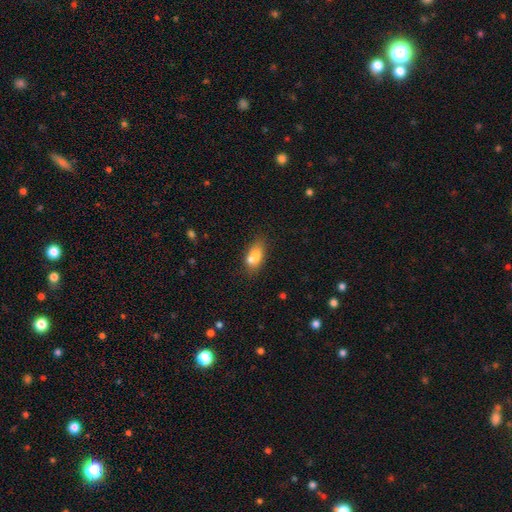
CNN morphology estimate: type=smooth (72%); roundness=in between (80%); merging=none (44%).